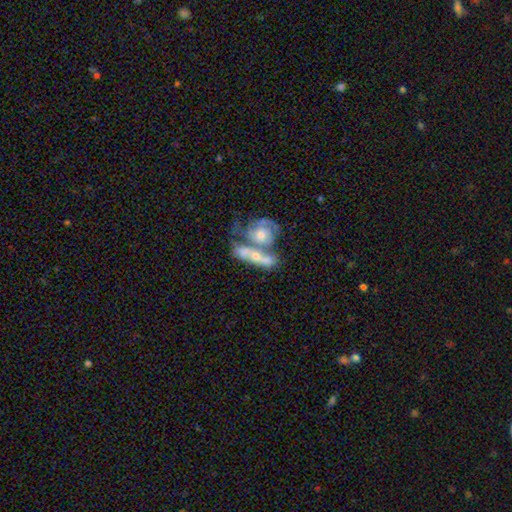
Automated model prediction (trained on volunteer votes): A featured or disk galaxy (63%) with no bar (76%), spiral arms (65%) and a moderate central bulge (57%). Merging: merger (66%).